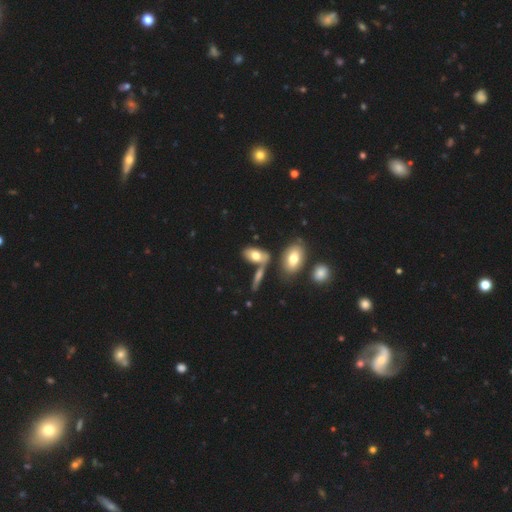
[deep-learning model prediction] A smooth galaxy with no disk features (70%) that is in between round and cigar-shaped (88%).

Vote fractions:
- Smooth or featured? smooth: 70% / featured or disk: 22% / star or artifact: 8%
- How rounded? in between: 88% / cigar-shaped: 7% / round: 5%
- Merging? none: 55% / merger: 26% / minor disturbance: 14% / major disturbance: 5%